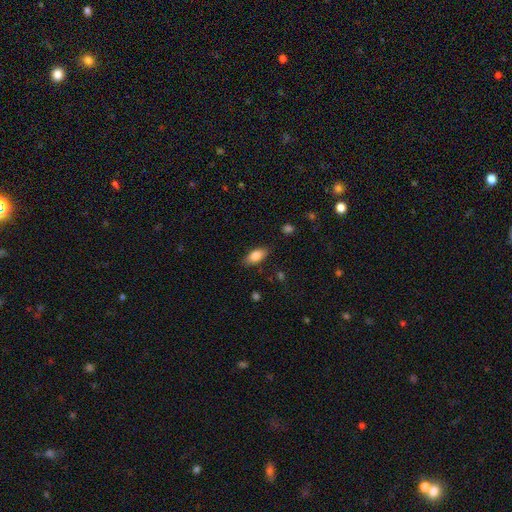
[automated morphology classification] Overall: smooth (82%). How rounded: in between (87%). Merging: none (85%).